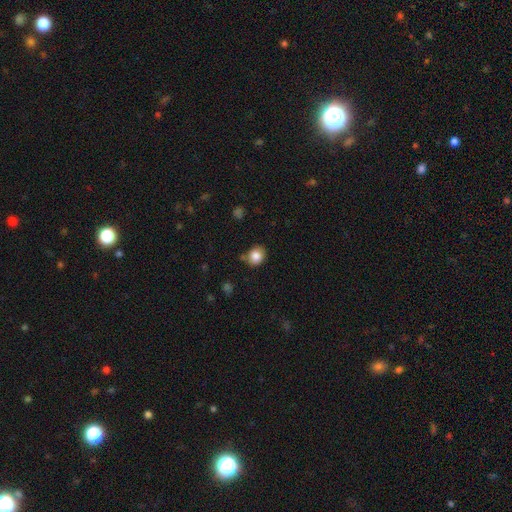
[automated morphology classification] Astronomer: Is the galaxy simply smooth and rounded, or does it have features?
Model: smooth — 84%.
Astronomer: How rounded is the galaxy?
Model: round — 67%.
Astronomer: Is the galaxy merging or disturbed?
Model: none — 76%.